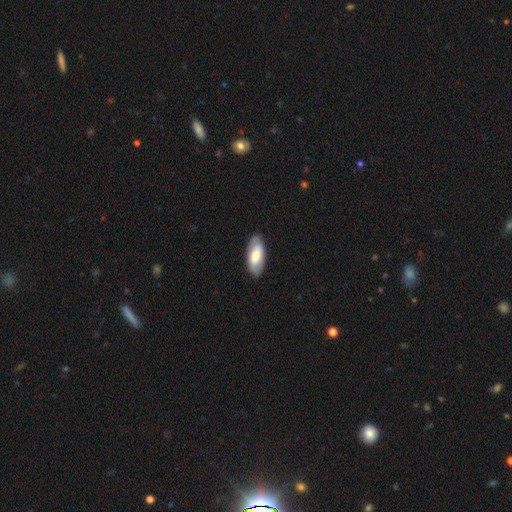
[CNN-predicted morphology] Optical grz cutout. It shows a smooth galaxy with no disk features (63%) that is in between round and cigar-shaped (88%). Merging: none (84%).